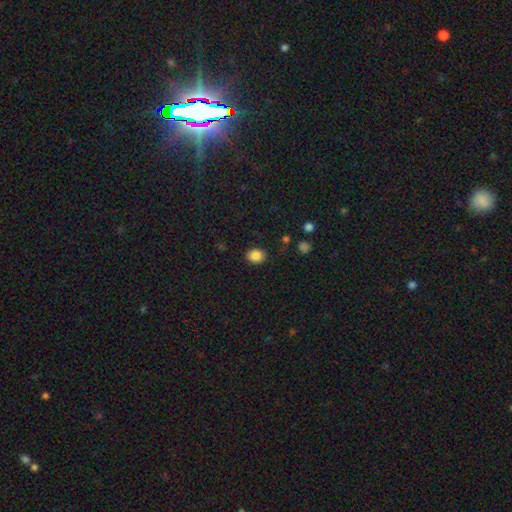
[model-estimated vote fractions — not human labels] smooth_or_featured: smooth (p=0.86) [alt: star or artifact p=0.09]
how_rounded: in between (p=0.56) [alt: round p=0.43]
merging: none (p=0.86) [alt: minor disturbance p=0.10]